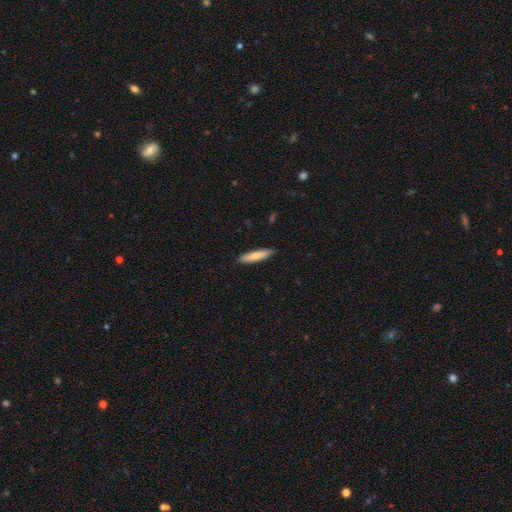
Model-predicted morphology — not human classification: A smooth galaxy with no disk features (76%) that is cigar-shaped (80%).

Vote fractions:
- Smooth or featured? smooth: 76% / featured or disk: 18% / star or artifact: 5%
- How rounded? cigar-shaped: 80% / in between: 18% / round: 1%
- Merging? none: 88% / minor disturbance: 9% / major disturbance: 2% / merger: 1%